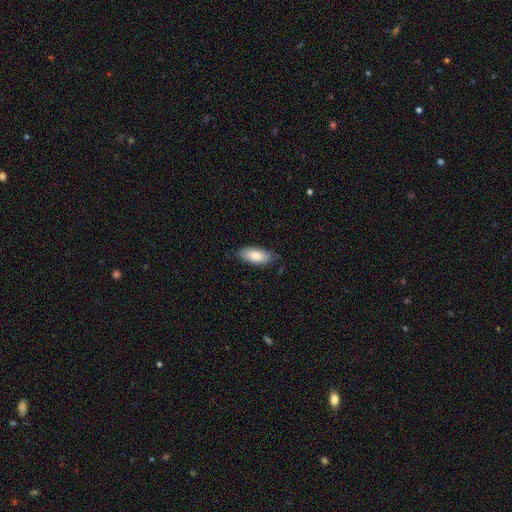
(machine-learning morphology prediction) This is clearly a smooth galaxy (82%). How rounded: clearly in between (85%). Merging: likely none (75%).